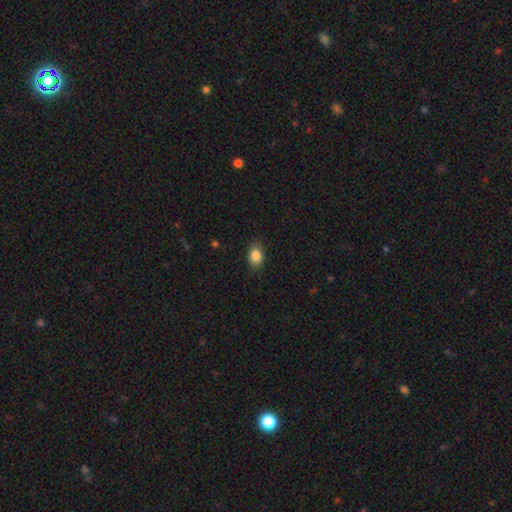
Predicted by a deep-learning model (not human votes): This appears to be a smooth galaxy with no disk features (86%) that is in between round and cigar-shaped (71%). Merging: none (86%).